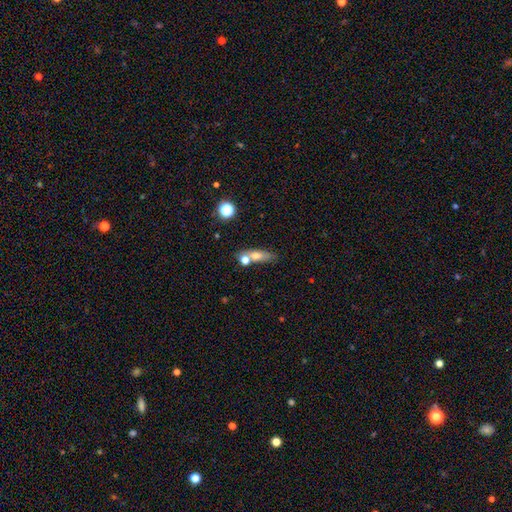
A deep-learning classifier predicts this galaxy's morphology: Smooth or featured? Predicted: smooth (p=0.65). How rounded? Predicted: in between (p=0.46). Merging? Predicted: none (p=0.55).